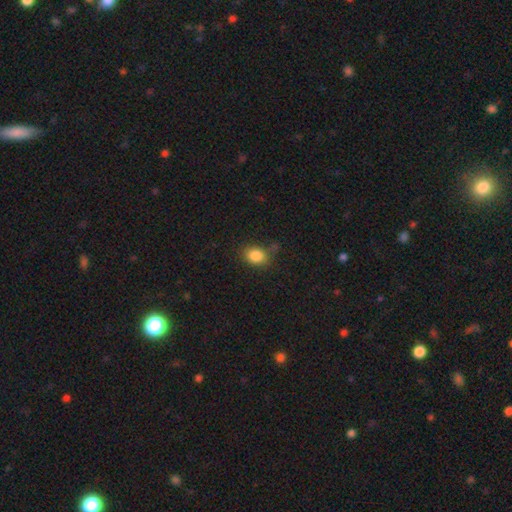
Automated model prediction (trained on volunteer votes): Overall: smooth (85%). How rounded: in between (59%; round 40%). Merging: none (71%).